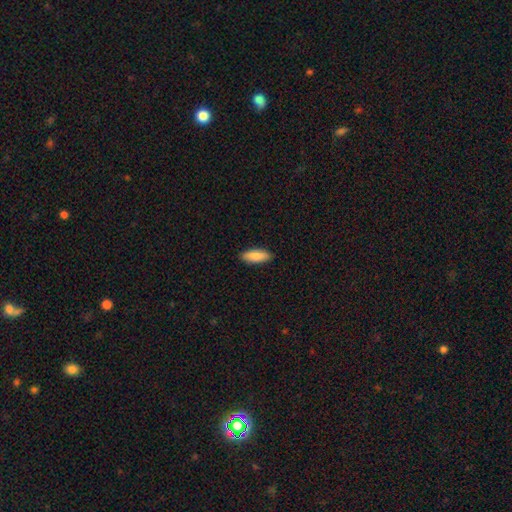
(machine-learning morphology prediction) A smooth galaxy with no disk features (86%) that is in between round and cigar-shaped (69%).

Vote fractions:
- Smooth or featured? smooth: 86% / featured or disk: 8% / star or artifact: 6%
- How rounded? in between: 69% / cigar-shaped: 29% / round: 2%
- Merging? none: 89% / minor disturbance: 8% / major disturbance: 2% / merger: 1%